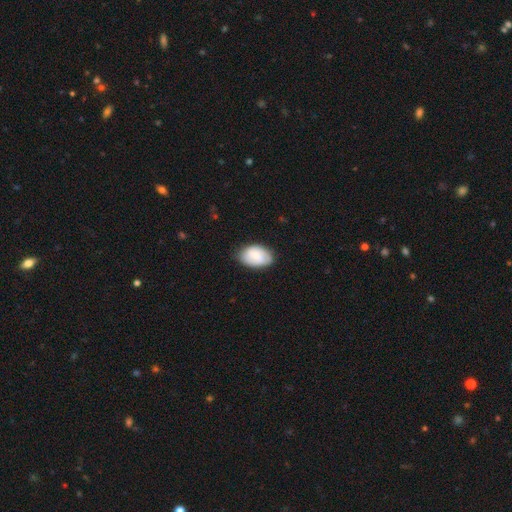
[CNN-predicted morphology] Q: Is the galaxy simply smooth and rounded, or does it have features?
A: smooth — 71%.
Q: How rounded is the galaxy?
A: in between — 89%.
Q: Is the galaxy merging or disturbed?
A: none — 74%.